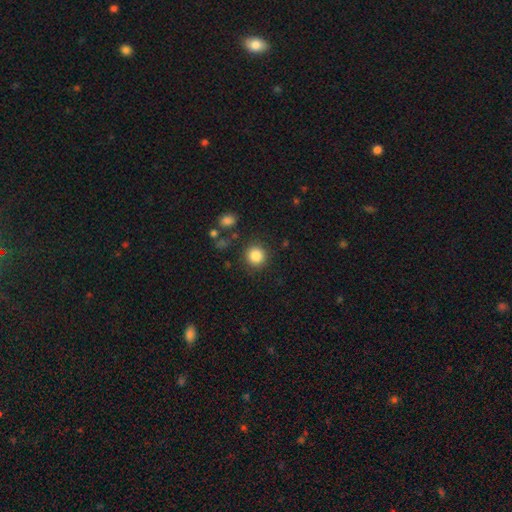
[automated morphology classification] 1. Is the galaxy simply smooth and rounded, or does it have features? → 85% smooth, 10% star or artifact, 5% featured or disk.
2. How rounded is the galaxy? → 93% round, 6% in between, 1% cigar-shaped.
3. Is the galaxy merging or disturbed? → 88% none, 7% minor disturbance, 3% major disturbance, 2% merger.